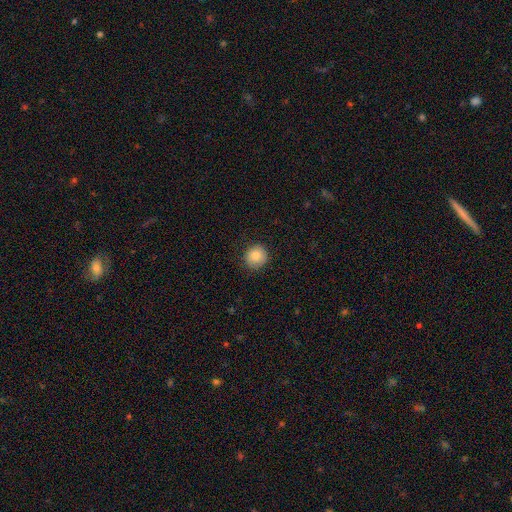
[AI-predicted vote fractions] Smooth or featured?
  - smooth: 85% *
  - star or artifact: 9%
  - featured or disk: 6%
How rounded?
  - round: 91% *
  - in between: 9%
  - cigar-shaped: 1%
Merging?
  - none: 86% *
  - minor disturbance: 11%
  - major disturbance: 2%
  - merger: 1%